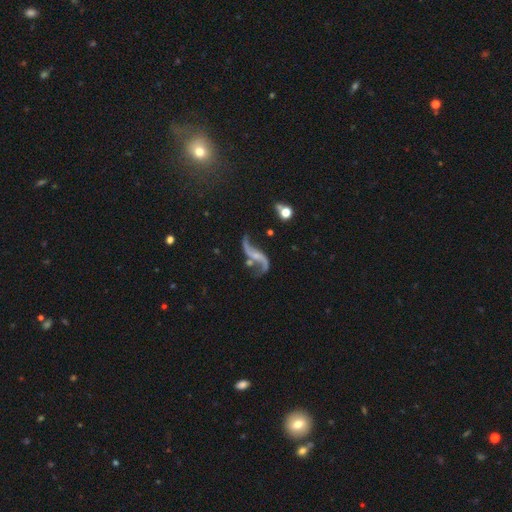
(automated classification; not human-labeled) Smooth or featured? Predicted: featured or disk (p=0.88). Edge-on disk? Predicted: no (p=0.95). Bar? Predicted: no (p=0.54). Spiral arms? Predicted: yes (p=0.94). Spiral winding? Predicted: loose (p=0.93). Spiral arm count? Predicted: 2 (p=0.93). Bulge size? Predicted: small (p=0.52). Merging? Predicted: none (p=0.59).